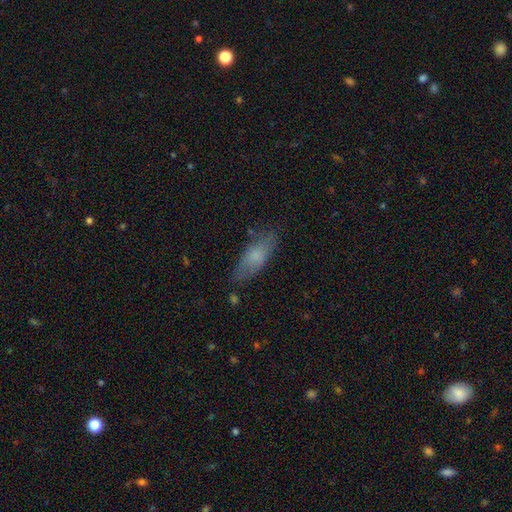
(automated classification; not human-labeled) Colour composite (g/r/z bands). It shows a smooth galaxy with no disk features (70%) that is in between round and cigar-shaped (66%). Merging: none (72%).